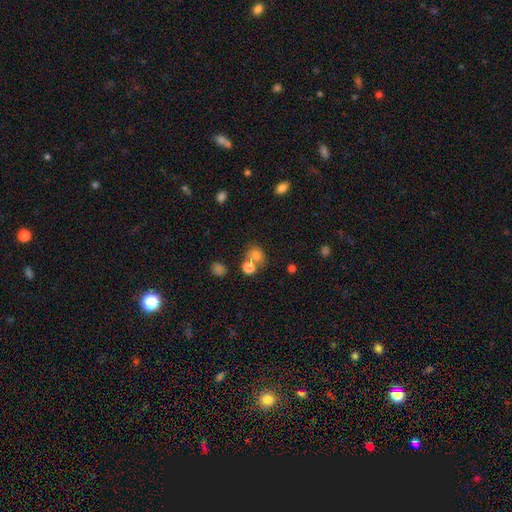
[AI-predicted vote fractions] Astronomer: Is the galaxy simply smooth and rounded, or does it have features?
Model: smooth — 76%.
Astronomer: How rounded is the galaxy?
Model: round — 75%.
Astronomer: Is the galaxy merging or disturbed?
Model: none — 51% (runner-up: merger, 35%).